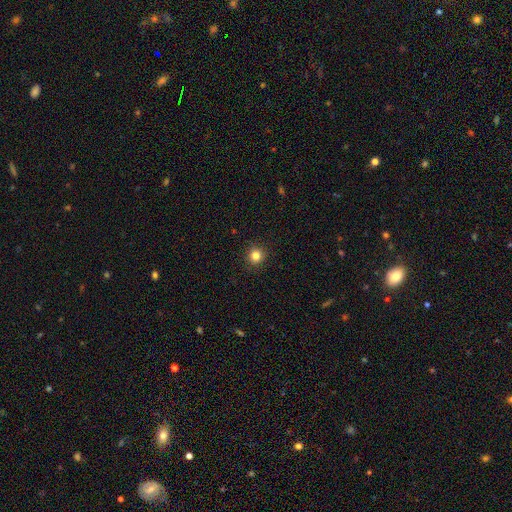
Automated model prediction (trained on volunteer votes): This is clearly a smooth galaxy (83%). How rounded: clearly round (93%). Merging: clearly none (92%).